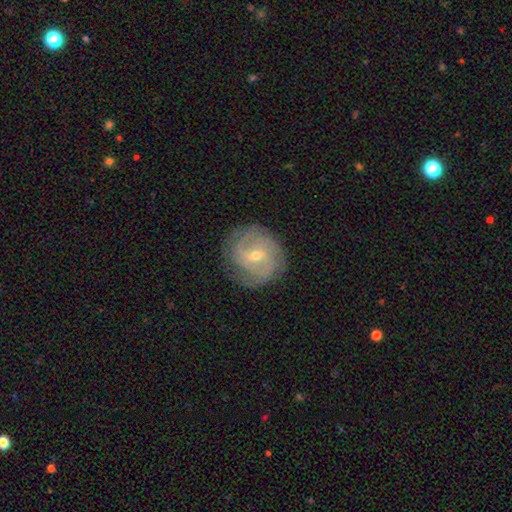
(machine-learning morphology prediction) A featured or disk galaxy (79%) with a weak bar (52%), 2 (30%) tight (58%) spiral arms (93%) and a small central bulge (53%). Merging: none (79%).